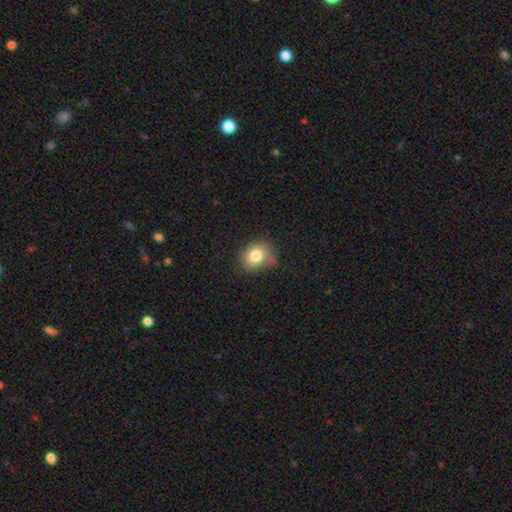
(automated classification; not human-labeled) A smooth galaxy with no disk features (81%) that is round (51%).

Vote fractions:
- Smooth or featured? smooth: 81% / star or artifact: 10% / featured or disk: 9%
- How rounded? round: 51% / in between: 48% / cigar-shaped: 1%
- Merging? none: 68% / minor disturbance: 23% / major disturbance: 5% / merger: 4%